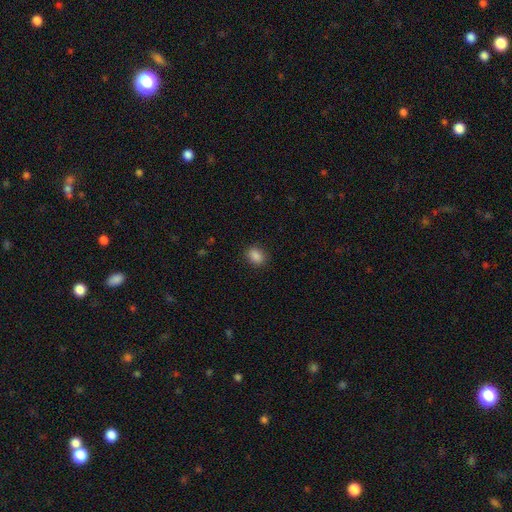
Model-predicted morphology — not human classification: smooth 87%, star or artifact 10%, featured or disk 3%. Down the decision tree: how rounded — in between (63%); merging — none (87%).